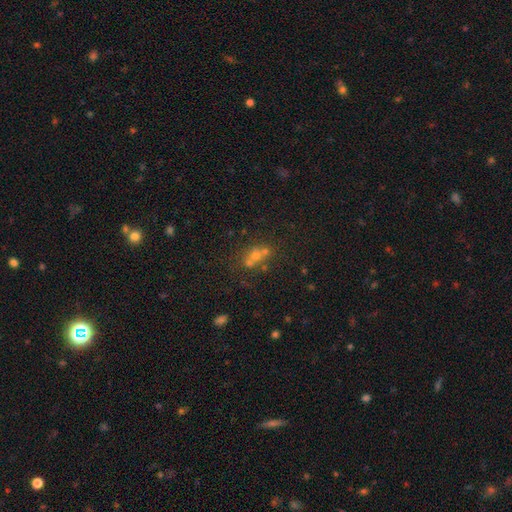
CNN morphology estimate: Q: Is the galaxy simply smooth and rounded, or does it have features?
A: smooth — 46%.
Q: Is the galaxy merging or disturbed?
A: merger — 43%.